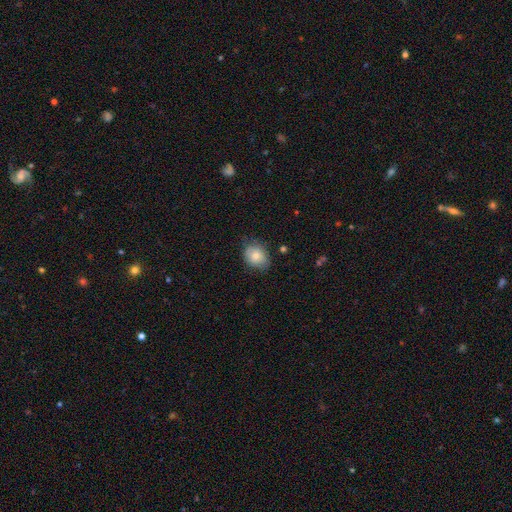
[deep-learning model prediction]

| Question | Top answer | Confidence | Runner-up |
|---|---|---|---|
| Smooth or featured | smooth | 76% | featured or disk (16%) |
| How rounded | in between | 55% | round (44%) |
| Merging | none | 72% | minor disturbance (21%) |